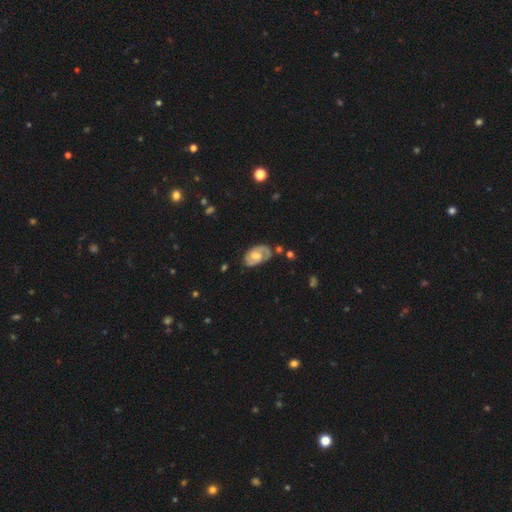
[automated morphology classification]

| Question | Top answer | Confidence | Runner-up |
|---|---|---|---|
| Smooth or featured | featured or disk | 73% | smooth (21%) |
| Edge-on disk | no | 96% | yes (4%) |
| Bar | no | 50% | weak (41%) |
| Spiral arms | yes | 88% | no (12%) |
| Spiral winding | tight | 47% | medium (39%) |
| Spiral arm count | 2 | 64% | 1 (19%) |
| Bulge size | moderate | 60% | small (21%) |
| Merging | none | 63% | minor disturbance (24%) |